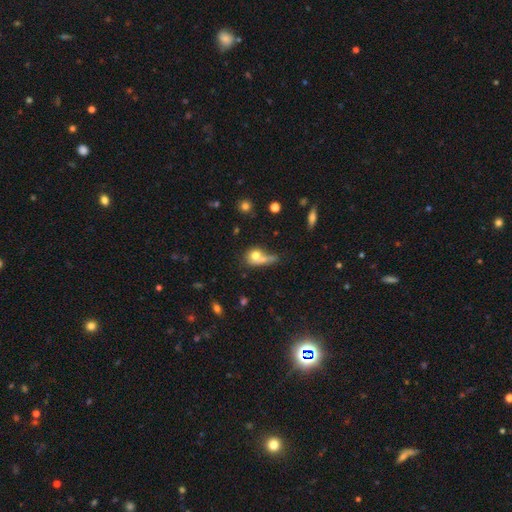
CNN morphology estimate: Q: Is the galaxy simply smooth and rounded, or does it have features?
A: smooth — 71%.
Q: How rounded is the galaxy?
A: round — 58%.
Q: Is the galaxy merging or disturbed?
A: merger — 35%.